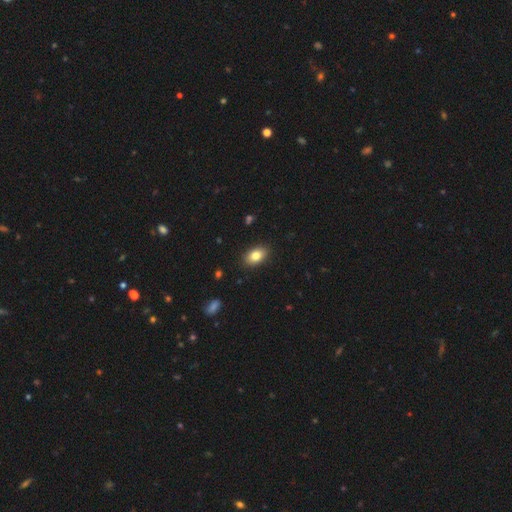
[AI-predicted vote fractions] This is clearly a smooth galaxy (83%). How rounded: clearly in between (90%). Merging: clearly none (88%).